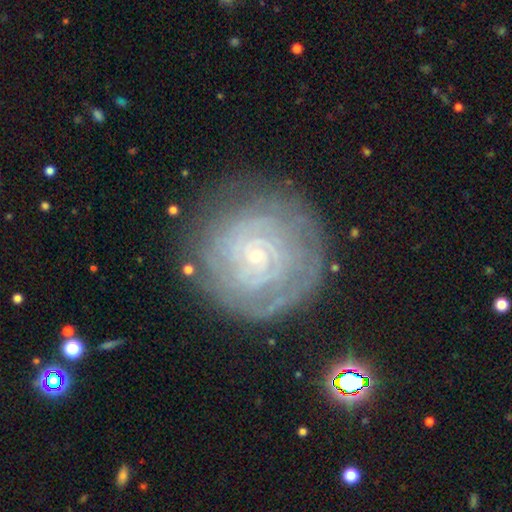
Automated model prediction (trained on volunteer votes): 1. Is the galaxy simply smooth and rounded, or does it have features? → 79% featured or disk, 13% smooth, 8% star or artifact.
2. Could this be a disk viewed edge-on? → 97% no, 3% yes.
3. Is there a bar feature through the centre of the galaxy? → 76% no, 18% weak, 5% strong.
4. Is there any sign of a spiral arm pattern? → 91% yes, 9% no.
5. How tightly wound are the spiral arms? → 84% tight, 12% medium, 3% loose.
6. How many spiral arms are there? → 41% can't tell, 15% 2, 14% 3, 13% 4, 10% more than 4, 7% 1.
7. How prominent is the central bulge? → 88% small, 8% moderate, 2% none, 1% large, 1% dominant.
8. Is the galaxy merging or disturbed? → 80% none, 13% minor disturbance, 5% major disturbance, 2% merger.